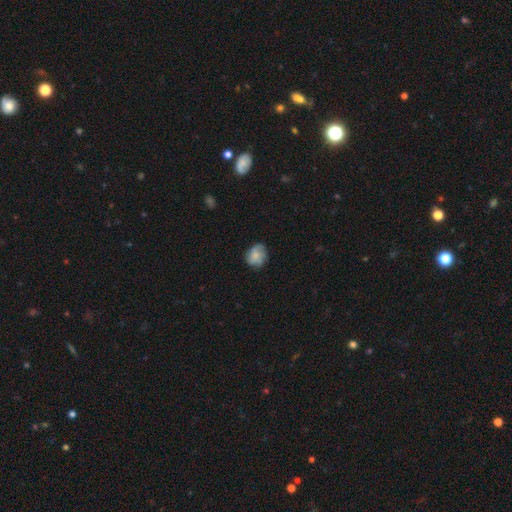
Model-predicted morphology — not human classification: type=smooth (62%); roundness=round (67%); merging=none (65%).